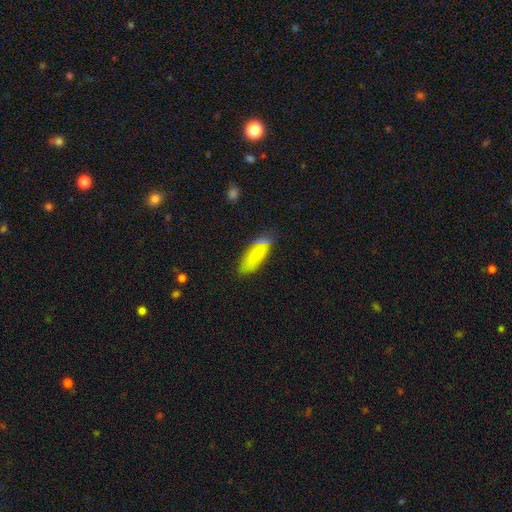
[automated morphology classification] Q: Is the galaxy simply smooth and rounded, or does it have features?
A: smooth — 73%.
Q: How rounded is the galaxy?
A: in between — 79%.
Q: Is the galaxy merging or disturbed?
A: none — 67%.